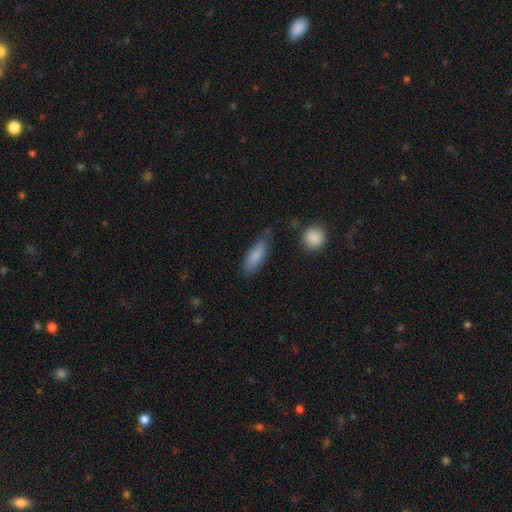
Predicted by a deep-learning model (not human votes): This is clearly a smooth galaxy (84%). How rounded: possibly in between (57%). Merging: likely none (73%).